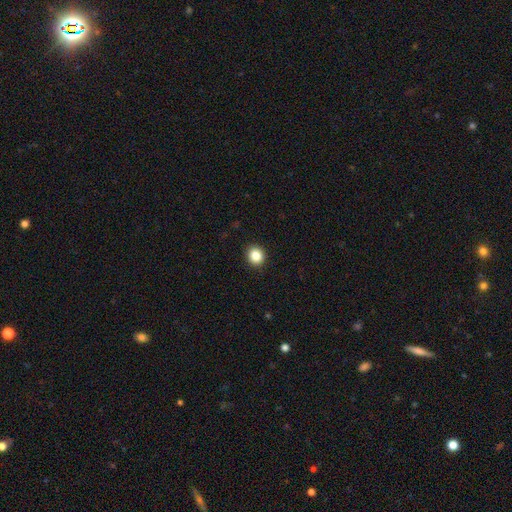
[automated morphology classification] A smooth galaxy with no disk features (85%) that is round (82%). Merging: none (92%).